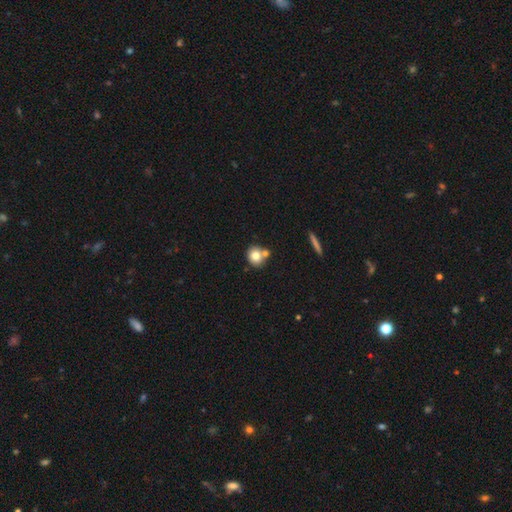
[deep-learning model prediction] Smooth or featured? smooth (77%)
How rounded? round (83%)
Merging? none (58%)